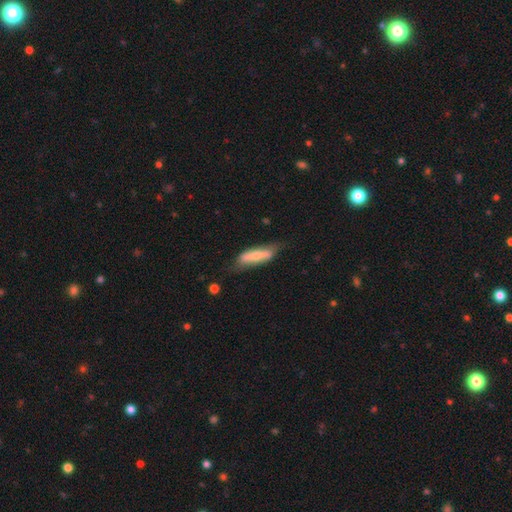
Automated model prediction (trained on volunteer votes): Smooth or featured?
  - smooth: 53% *
  - featured or disk: 41%
  - star or artifact: 6%
How rounded?
  - cigar-shaped: 55% *
  - in between: 42%
  - round: 2%
Merging?
  - none: 59% *
  - minor disturbance: 28%
  - major disturbance: 10%
  - merger: 3%